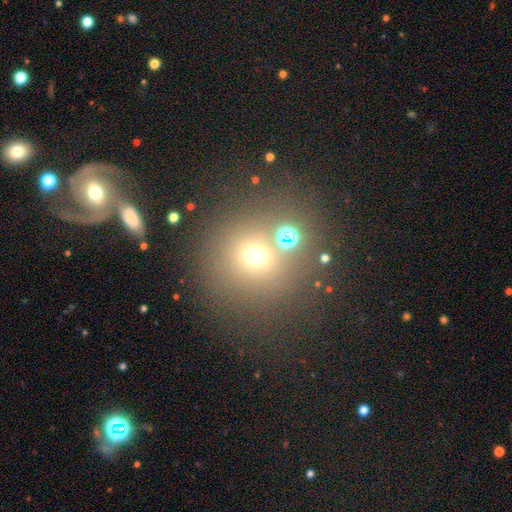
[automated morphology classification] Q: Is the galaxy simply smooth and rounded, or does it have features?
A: smooth — 61%.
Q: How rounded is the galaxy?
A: round — 90%.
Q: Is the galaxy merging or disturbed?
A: none — 69%.